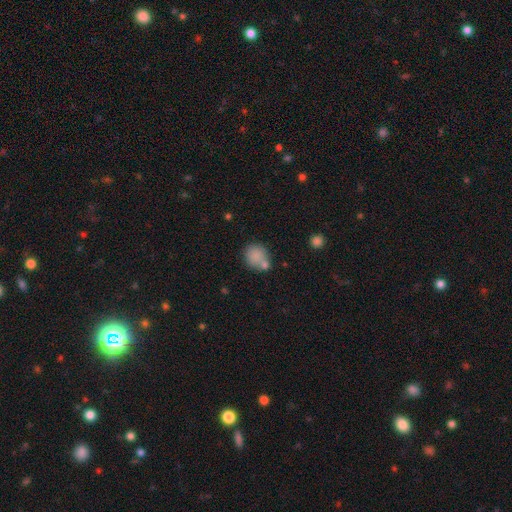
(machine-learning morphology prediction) Smooth or featured? Predicted: smooth (p=0.82). How rounded? Predicted: round (p=0.75). Merging? Predicted: none (p=0.55).